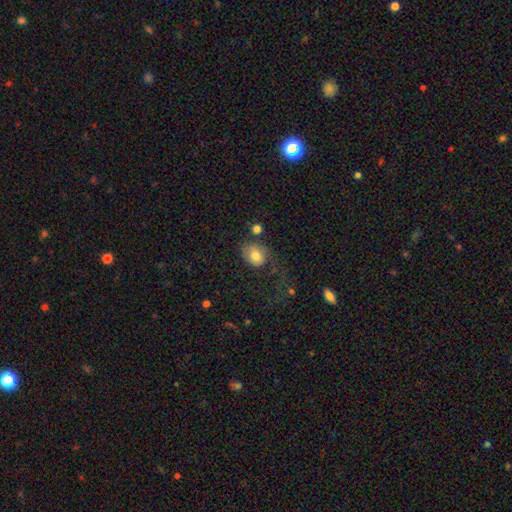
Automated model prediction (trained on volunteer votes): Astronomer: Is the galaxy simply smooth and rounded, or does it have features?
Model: smooth — 72%.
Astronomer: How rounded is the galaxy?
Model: in between — 54% (runner-up: round, 44%).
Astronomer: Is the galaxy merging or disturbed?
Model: none — 40% (runner-up: major disturbance, 28%).